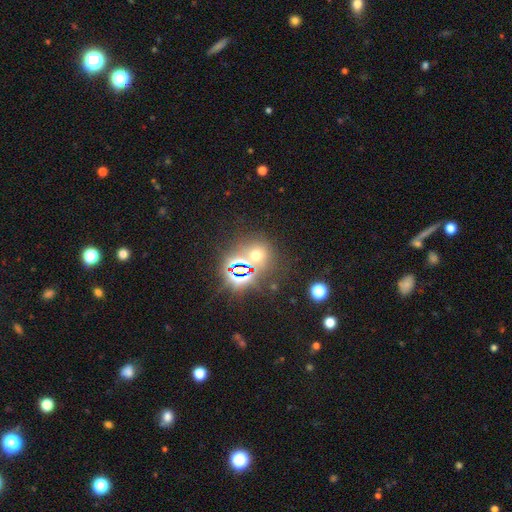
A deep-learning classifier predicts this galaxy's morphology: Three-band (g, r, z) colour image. It shows a star or artifact, not a galaxy (50%).